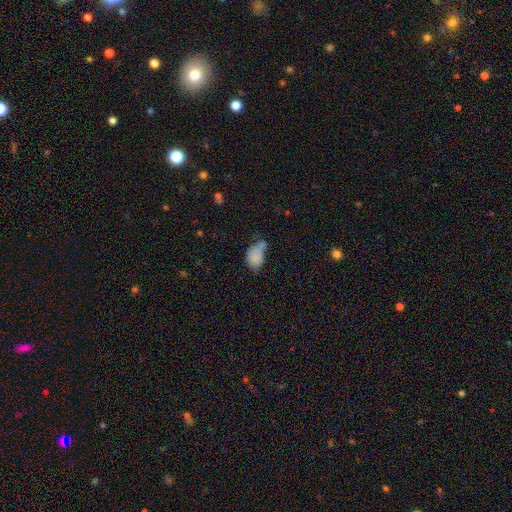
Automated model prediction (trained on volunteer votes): Q: Smooth or featured?
A: smooth (80%); runner-up: featured or disk (10%)
Q: How rounded?
A: in between (80%); runner-up: round (19%)
Q: Merging?
A: none (33%); runner-up: merger (29%)